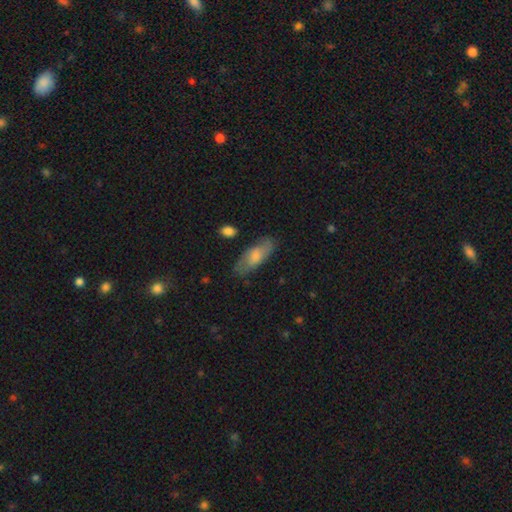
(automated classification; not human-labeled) smooth 64%, featured or disk 30%, star or artifact 6%. Down the decision tree: how rounded — in between (75%); merging — none (73%).